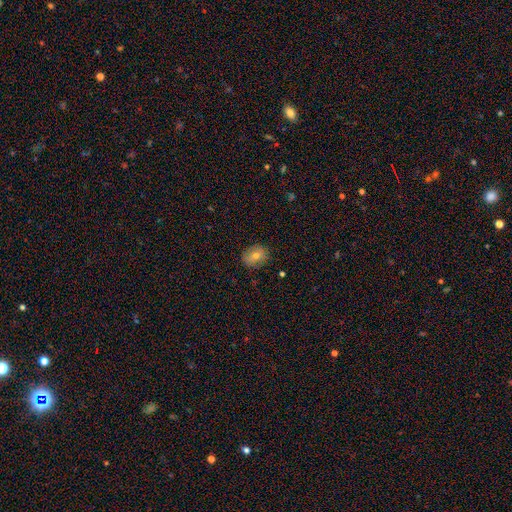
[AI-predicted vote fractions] Smooth or featured? smooth (64%)
How rounded? round (57%)
Merging? none (84%)